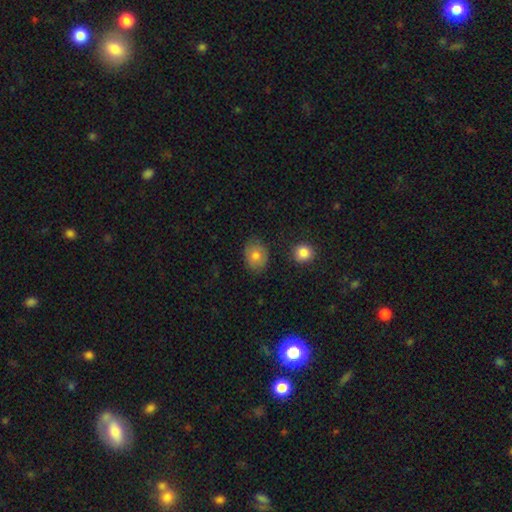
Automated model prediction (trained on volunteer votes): The model was most divided on "how rounded": round: 54%, in between: 45%, cigar-shaped: 1%. More confident: merging — none (79%); smooth or featured — smooth (78%).